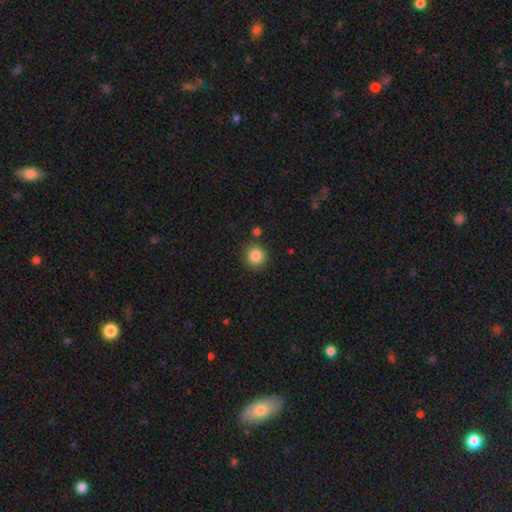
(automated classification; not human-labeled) smooth 85%, star or artifact 10%, featured or disk 5%. Down the decision tree: how rounded — round (92%); merging — none (86%).